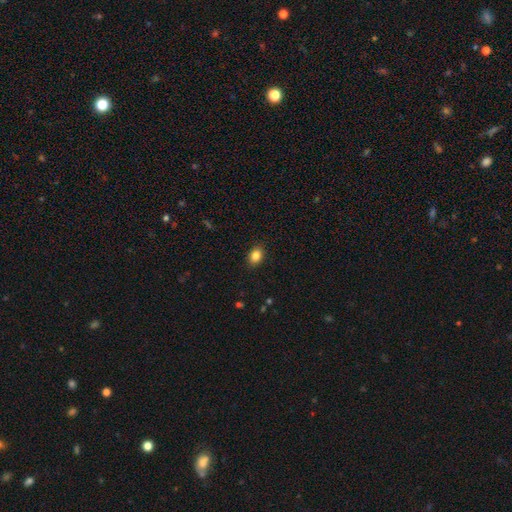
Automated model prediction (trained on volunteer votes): Smooth or featured: smooth — 86% (star or artifact — 9%)
How rounded: in between — 73% (round — 25%)
Merging: none — 89% (minor disturbance — 8%)